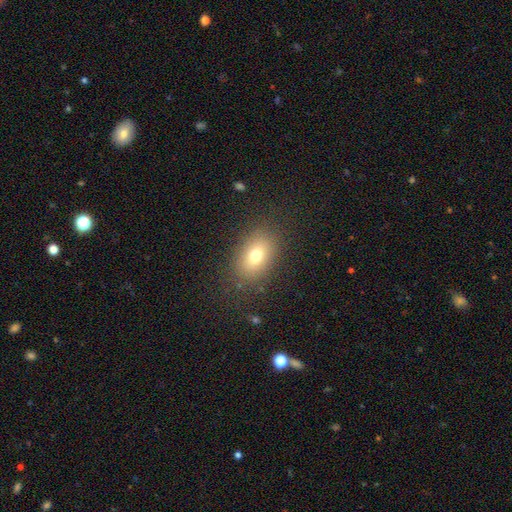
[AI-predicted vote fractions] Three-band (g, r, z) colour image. It shows a smooth galaxy with no disk features (74%) that is in between round and cigar-shaped (80%). Merging: none (84%).